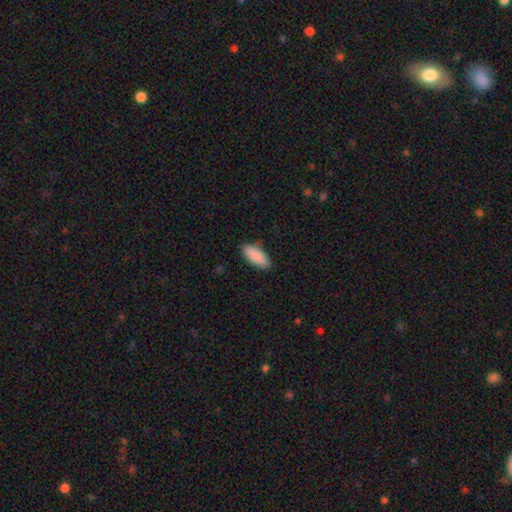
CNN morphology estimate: smooth_or_featured: smooth (p=0.89) [alt: star or artifact p=0.06]
how_rounded: in between (p=0.87) [alt: cigar-shaped p=0.11]
merging: none (p=0.85) [alt: minor disturbance p=0.11]